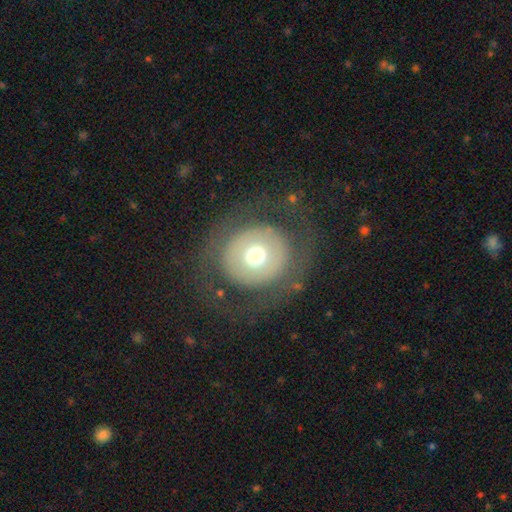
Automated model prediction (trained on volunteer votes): smooth_or_featured: smooth (p=0.53) [alt: featured or disk p=0.36]
how_rounded: round (p=0.87) [alt: in between p=0.12]
merging: none (p=0.70) [alt: major disturbance p=0.16]